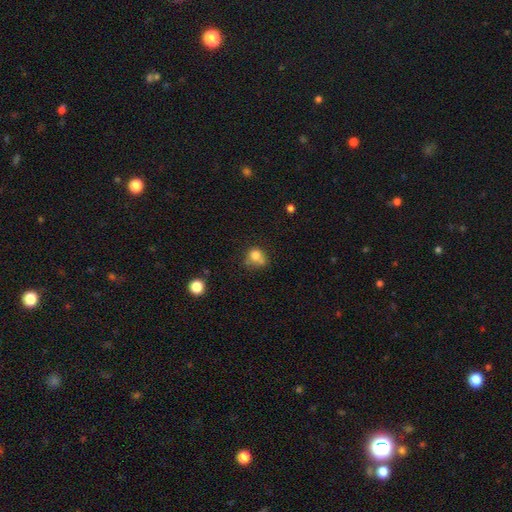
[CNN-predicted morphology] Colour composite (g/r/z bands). It shows a smooth galaxy with no disk features (75%) that is round (67%). Merging: none (40%).